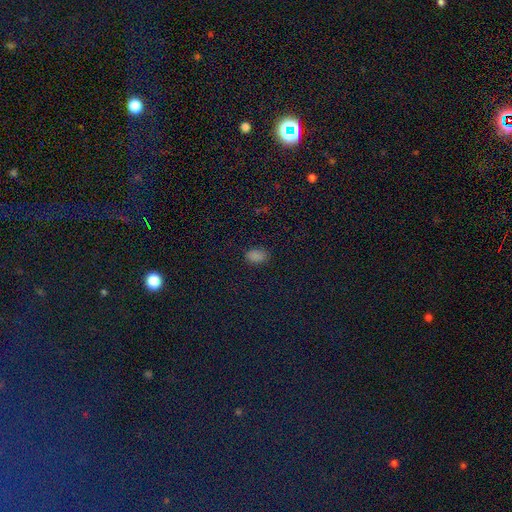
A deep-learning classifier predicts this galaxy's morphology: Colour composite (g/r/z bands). It shows a smooth galaxy with no disk features (77%) that is in between round and cigar-shaped (90%). Merging: none (83%).